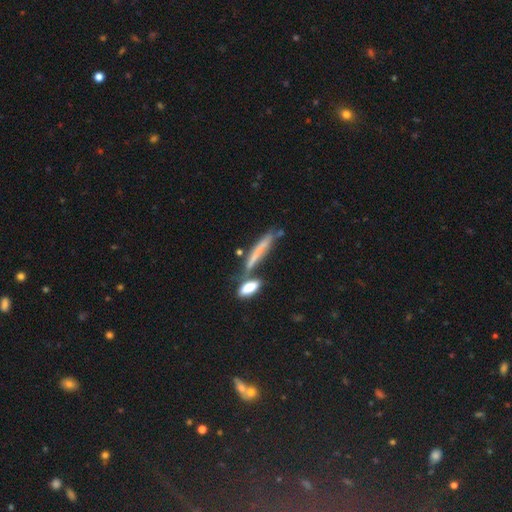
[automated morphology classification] Smooth or featured: smooth — 52% (featured or disk — 32%)
How rounded: cigar-shaped — 85% (in between — 10%)
Merging: none — 63% (merger — 18%)